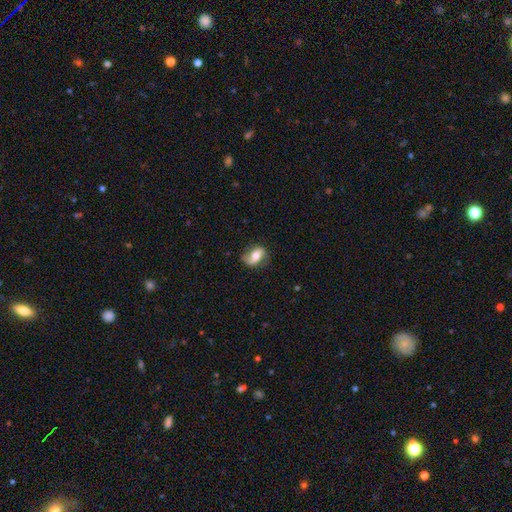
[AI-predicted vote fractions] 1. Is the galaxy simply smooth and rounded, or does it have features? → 50% featured or disk, 42% smooth, 8% star or artifact.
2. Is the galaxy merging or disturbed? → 69% none, 21% minor disturbance, 8% major disturbance, 2% merger.